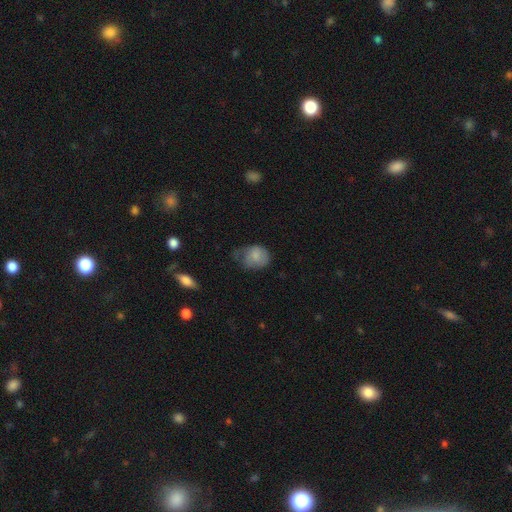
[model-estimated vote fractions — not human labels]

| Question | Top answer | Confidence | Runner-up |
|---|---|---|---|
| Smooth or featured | smooth | 76% | featured or disk (17%) |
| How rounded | in between | 51% | round (48%) |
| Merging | minor disturbance | 40% | none (34%) |